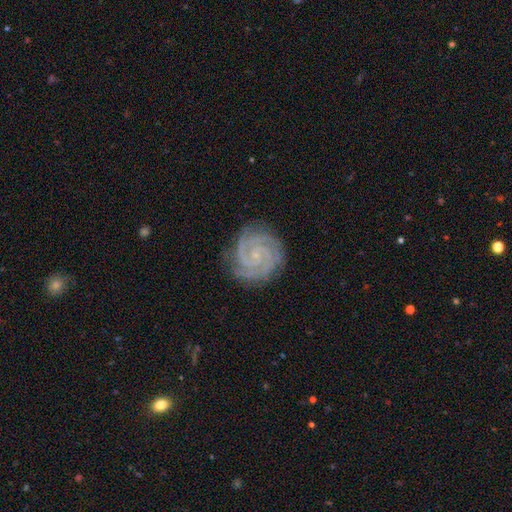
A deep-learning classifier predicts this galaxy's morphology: smooth-or-featured: featured or disk: 91% | star or artifact: 5% | smooth: 4%
  disk-edge-on: no: 98% | yes: 2%
    bar: no: 71% | weak: 22% | strong: 7%
    has-spiral-arms: yes: 99% | no: 1%
      spiral-winding: tight: 82% | medium: 16% | loose: 2%
      spiral-arm-count: 3: 34% | 2: 33% | 4: 13% | can't tell: 8% | more than 4: 6% | 1: 6%
    bulge-size: small: 83% | moderate: 8% | none: 7% | large: 1% | dominant: 1%
  merging: none: 84% | minor disturbance: 12% | major disturbance: 3% | merger: 1%